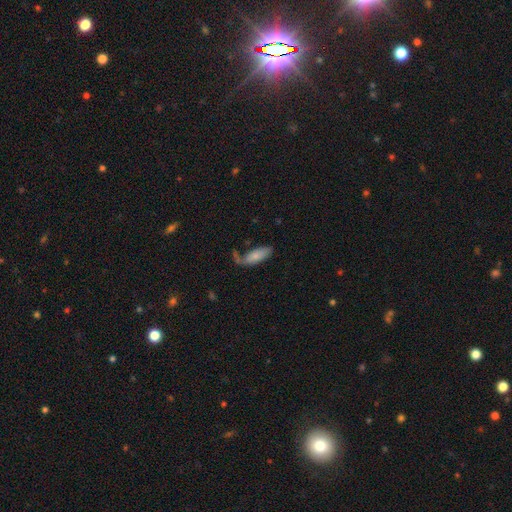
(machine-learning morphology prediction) A smooth galaxy with no disk features (73%) that is in between round and cigar-shaped (74%). Merging: none (45%).